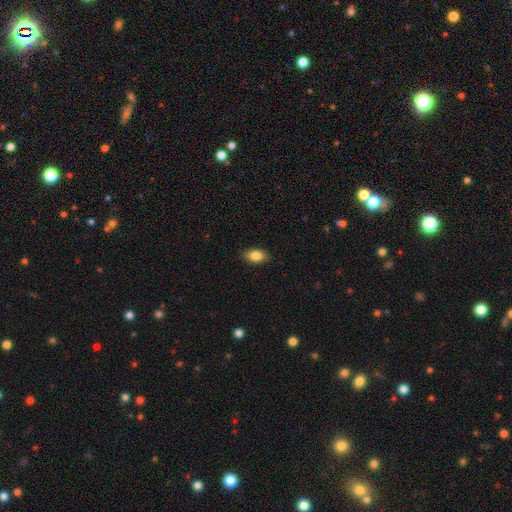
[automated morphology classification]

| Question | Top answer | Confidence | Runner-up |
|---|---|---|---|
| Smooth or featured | smooth | 85% | star or artifact (8%) |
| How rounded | in between | 89% | round (9%) |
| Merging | none | 88% | minor disturbance (9%) |